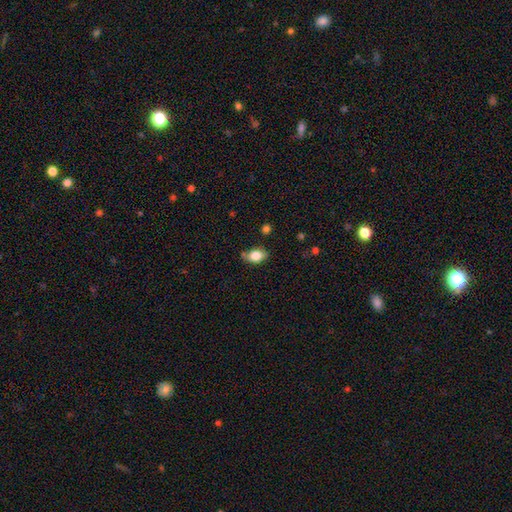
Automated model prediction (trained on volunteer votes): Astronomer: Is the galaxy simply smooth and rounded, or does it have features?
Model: smooth — 79%.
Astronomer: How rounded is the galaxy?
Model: in between — 80%.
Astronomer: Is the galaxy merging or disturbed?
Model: none — 70%.